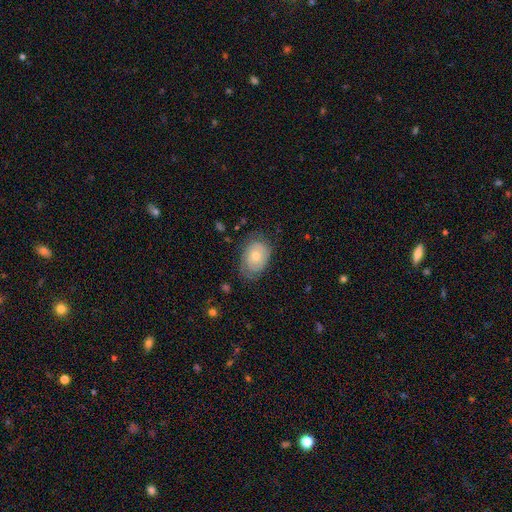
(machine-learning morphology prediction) smooth_or_featured: featured or disk (p=0.48) [alt: smooth p=0.44]
merging: none (p=0.69) [alt: minor disturbance p=0.22]